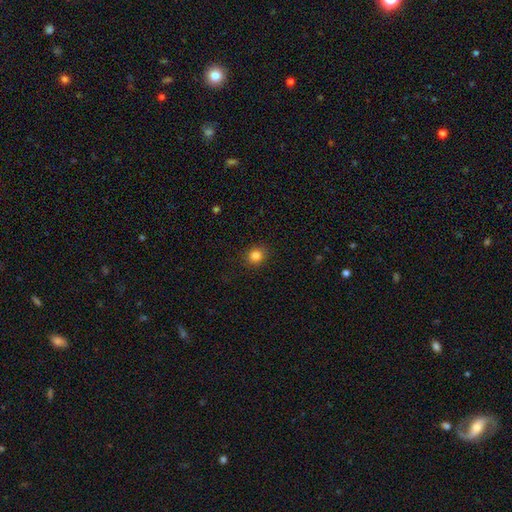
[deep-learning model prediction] Smooth or featured: smooth — 83% (star or artifact — 12%)
How rounded: round — 82% (in between — 17%)
Merging: none — 90% (minor disturbance — 7%)